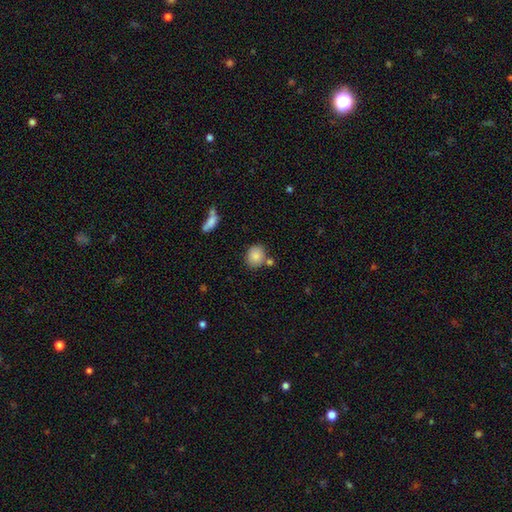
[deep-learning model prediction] The model was most divided on "how rounded": round: 57%, in between: 42%, cigar-shaped: 1%. More confident: smooth or featured — smooth (86%); merging — none (68%).